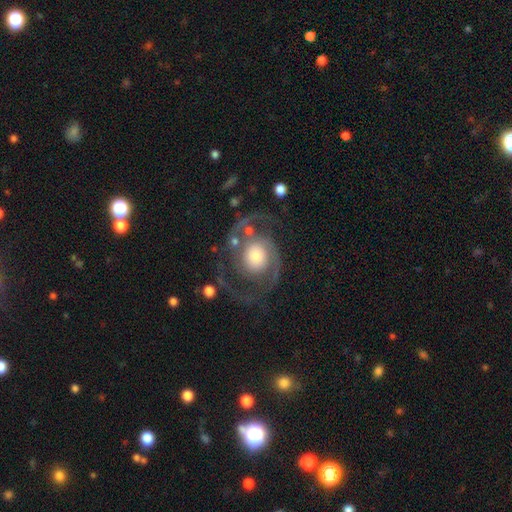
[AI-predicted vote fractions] smooth-or-featured: featured or disk: 87% | smooth: 8% | star or artifact: 5%
  disk-edge-on: no: 98% | yes: 2%
    bar: no: 77% | weak: 18% | strong: 6%
    has-spiral-arms: yes: 95% | no: 5%
      spiral-winding: medium: 48% | tight: 32% | loose: 20%
      spiral-arm-count: 2: 87% | can't tell: 3% | 1: 3% | 3: 3% | 4: 1% | more than 4: 1%
    bulge-size: moderate: 44% | small: 25% | large: 24% | dominant: 5% | none: 2%
  merging: none: 66% | major disturbance: 16% | minor disturbance: 15% | merger: 3%